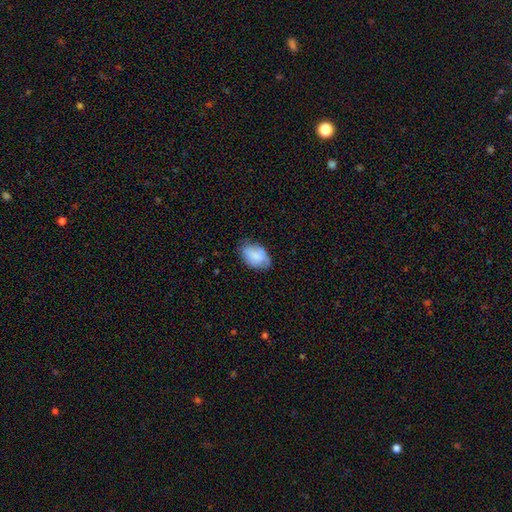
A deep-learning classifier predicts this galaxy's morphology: Smooth or featured? smooth (79%)
How rounded? in between (89%)
Merging? none (65%)